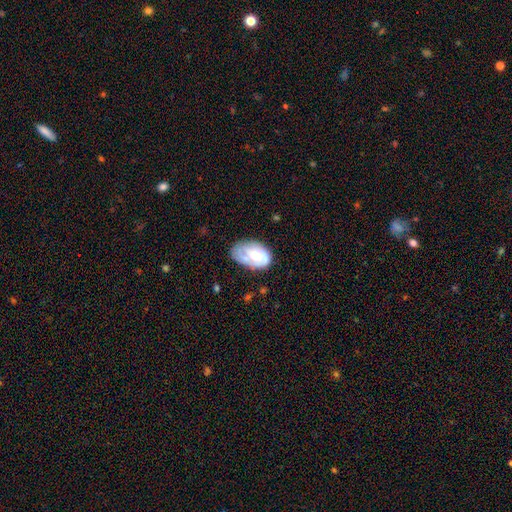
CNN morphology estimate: smooth-or-featured: featured or disk: 47% (tied) | smooth: 47% (tied) | star or artifact: 7%
  merging: none: 46% | minor disturbance: 34% | major disturbance: 15% | merger: 5%